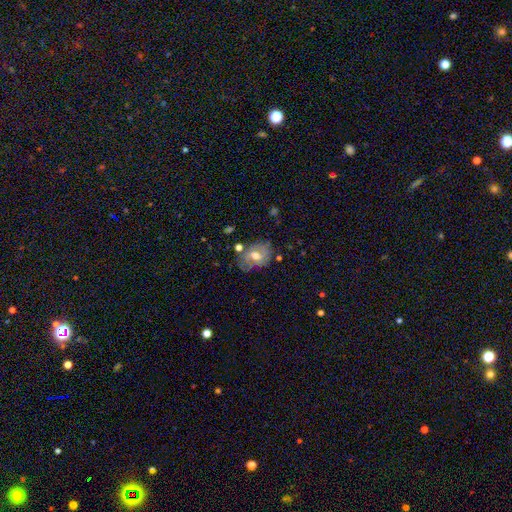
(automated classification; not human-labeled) Smooth or featured: featured or disk — 59% (smooth — 33%)
Edge-on disk: no — 95% (yes — 5%)
Bar: weak — 44% (no — 43%)
Spiral arms: yes — 67% (no — 33%)
Bulge size: moderate — 73% (large — 14%)
Merging: none — 62% (minor disturbance — 24%)